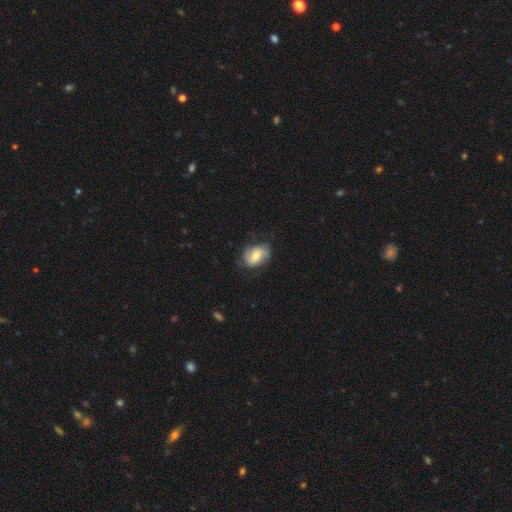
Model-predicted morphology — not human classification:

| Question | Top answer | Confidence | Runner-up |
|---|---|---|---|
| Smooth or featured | smooth | 55% | featured or disk (38%) |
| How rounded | in between | 80% | round (18%) |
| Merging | none | 61% | minor disturbance (26%) |